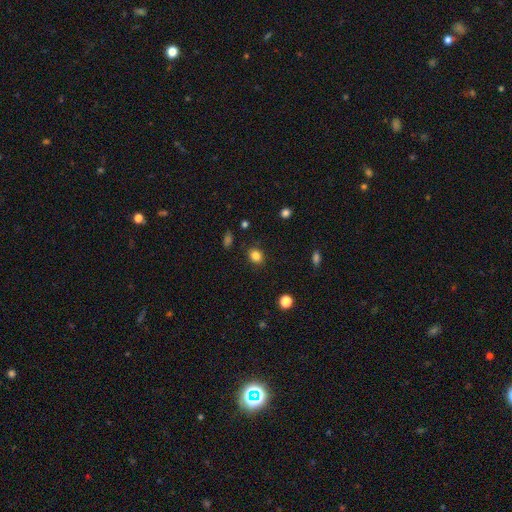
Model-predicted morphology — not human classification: smooth-or-featured: smooth: 84% | star or artifact: 11% | featured or disk: 4%
  how-rounded: round: 57% | in between: 42% | cigar-shaped: 1%
  merging: none: 87% | minor disturbance: 9% | major disturbance: 3% | merger: 1%